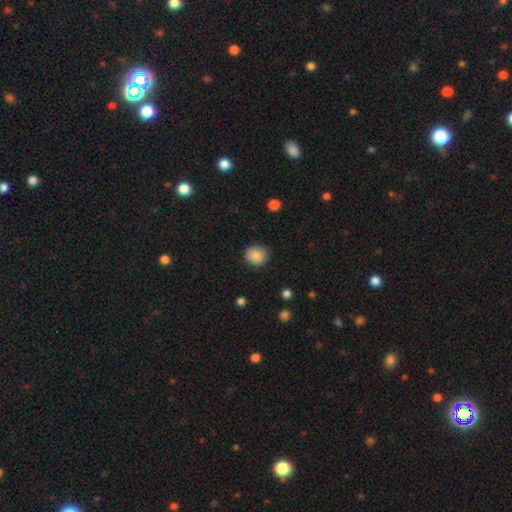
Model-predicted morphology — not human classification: Smooth or featured? Predicted: smooth (p=0.87). How rounded? Predicted: round (p=0.83). Merging? Predicted: none (p=0.86).